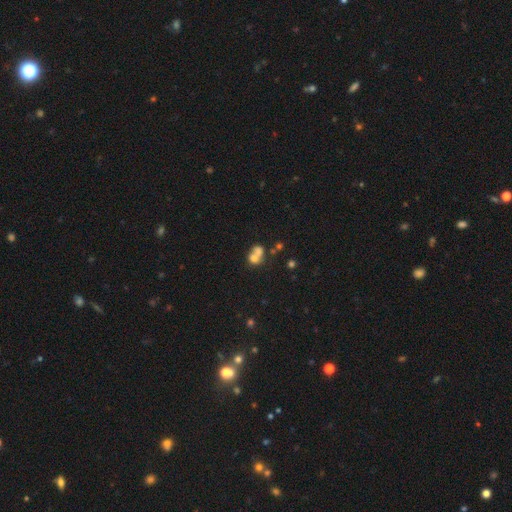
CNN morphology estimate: type=smooth (66%); roundness=round (60%); merging=merger (67%).